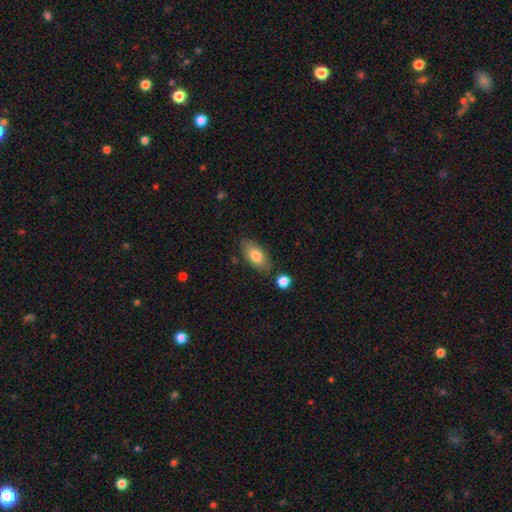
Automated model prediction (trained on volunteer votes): Smooth or featured? Predicted: smooth (p=0.80). How rounded? Predicted: in between (p=0.90). Merging? Predicted: none (p=0.77).